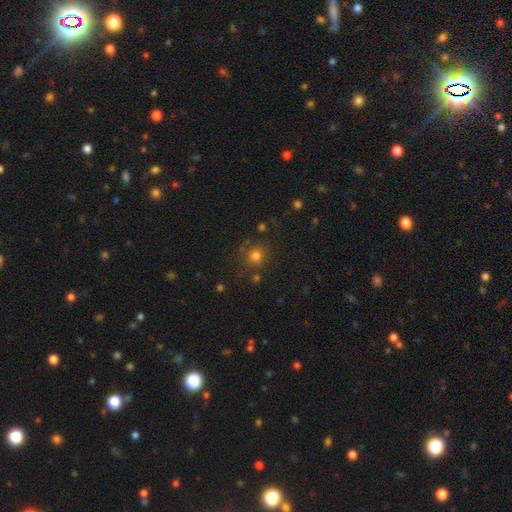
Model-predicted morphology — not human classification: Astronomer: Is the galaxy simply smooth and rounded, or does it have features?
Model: smooth — 76%.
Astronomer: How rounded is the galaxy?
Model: round — 90%.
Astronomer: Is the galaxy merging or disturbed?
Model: none — 81%.